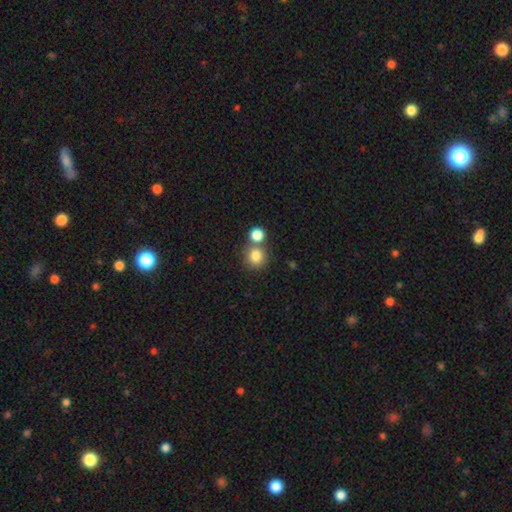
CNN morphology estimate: smooth-or-featured: smooth: 82% | star or artifact: 11% | featured or disk: 7%
  how-rounded: round: 90% | in between: 9% | cigar-shaped: 1%
  merging: none: 62% | merger: 28% | minor disturbance: 7% | major disturbance: 3%